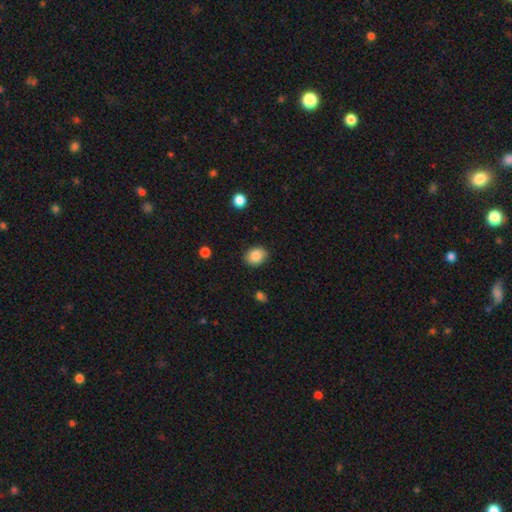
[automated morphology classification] A smooth galaxy with no disk features (87%) that is in between round and cigar-shaped (50%). Merging: none (87%).